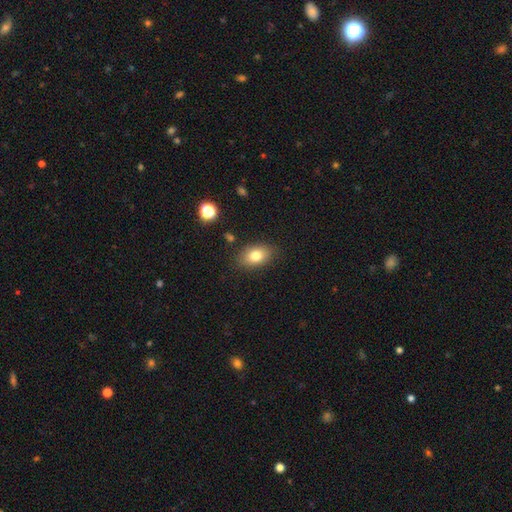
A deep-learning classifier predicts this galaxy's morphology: This is likely a smooth galaxy (79%). How rounded: clearly in between (85%). Merging: clearly none (84%).